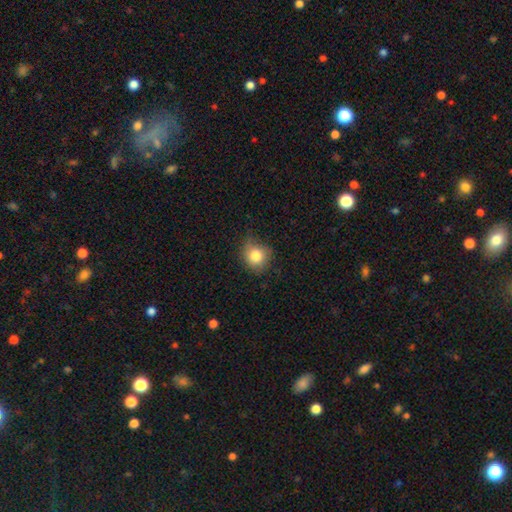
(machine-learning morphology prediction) type=smooth (82%); roundness=round (79%); merging=none (65%).